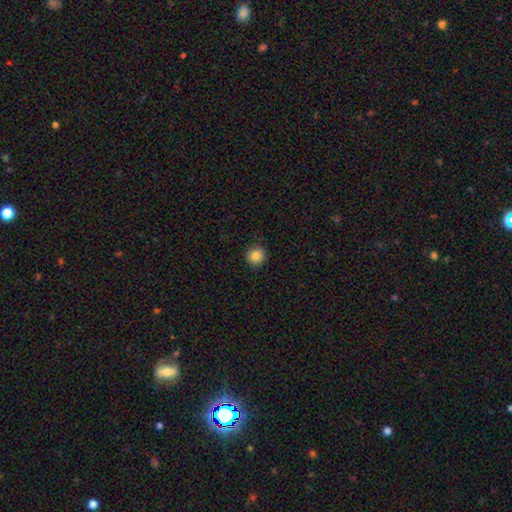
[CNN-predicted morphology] smooth_or_featured: smooth (p=0.85) [alt: star or artifact p=0.10]
how_rounded: round (p=0.93) [alt: in between p=0.06]
merging: none (p=0.92) [alt: minor disturbance p=0.06]